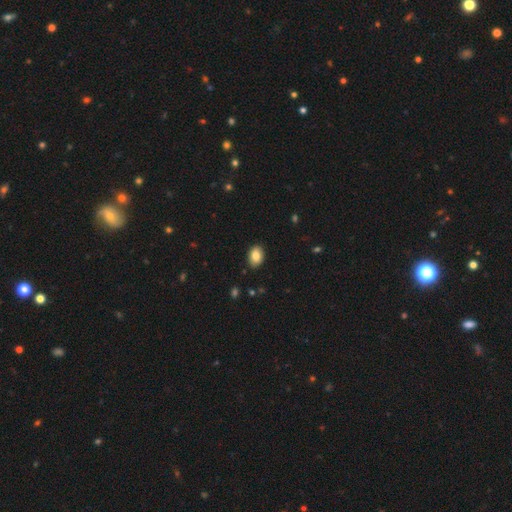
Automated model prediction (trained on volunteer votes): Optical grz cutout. It shows a smooth galaxy with no disk features (84%) that is in between round and cigar-shaped (82%). Merging: none (89%).